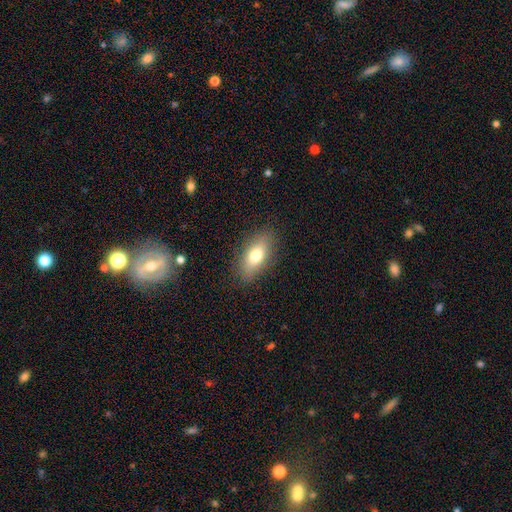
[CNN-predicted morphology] smooth 74%, featured or disk 18%, star or artifact 8%. Down the decision tree: how rounded — in between (84%); merging — none (86%).